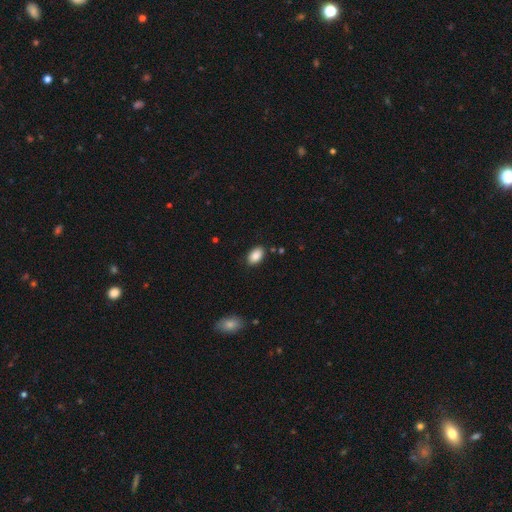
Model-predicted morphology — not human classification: smooth-or-featured: smooth: 88% | star or artifact: 8% | featured or disk: 4%
  how-rounded: in between: 91% | round: 7% | cigar-shaped: 1%
  merging: none: 86% | minor disturbance: 10% | major disturbance: 2% | merger: 2%